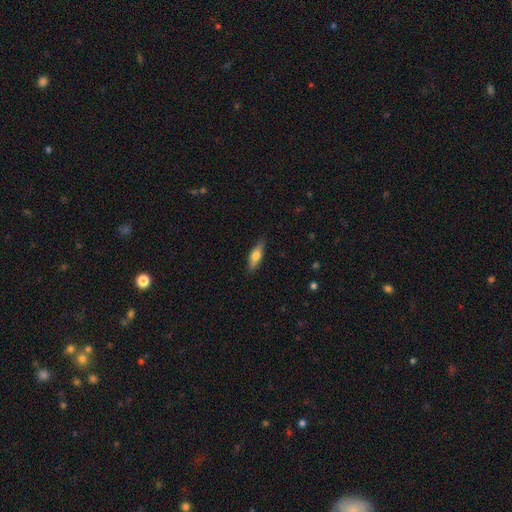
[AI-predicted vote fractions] smooth_or_featured: smooth (p=0.63) [alt: featured or disk p=0.31]
how_rounded: in between (p=0.53) [alt: cigar-shaped p=0.44]
merging: none (p=0.86) [alt: minor disturbance p=0.11]